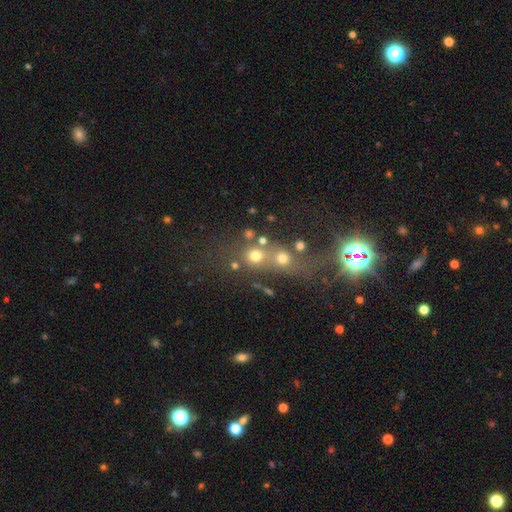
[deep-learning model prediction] A smooth galaxy with no disk features (64%) that is round (78%).

Vote fractions:
- Smooth or featured? smooth: 64% / star or artifact: 21% / featured or disk: 15%
- How rounded? round: 78% / in between: 19% / cigar-shaped: 3%
- Merging? none: 42% / merger: 40% / major disturbance: 9% / minor disturbance: 9%